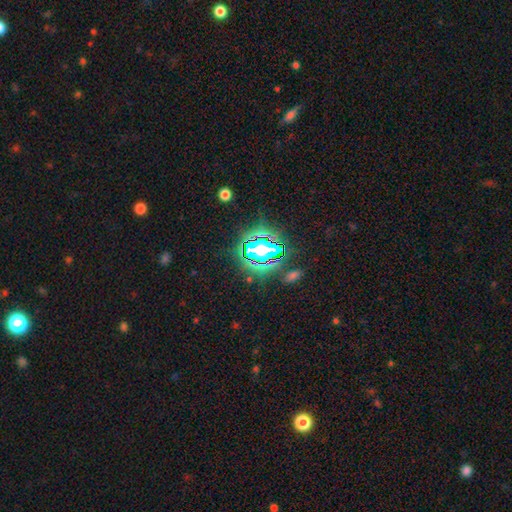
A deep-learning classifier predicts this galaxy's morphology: A star or artifact, not a galaxy (79%).

Vote fractions:
- Smooth or featured? star or artifact: 79% / smooth: 13% / featured or disk: 8%